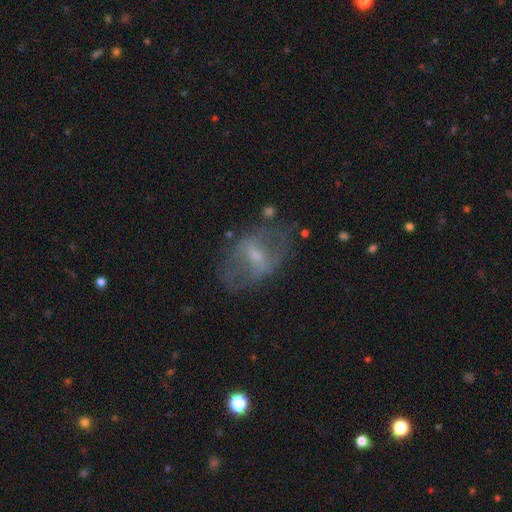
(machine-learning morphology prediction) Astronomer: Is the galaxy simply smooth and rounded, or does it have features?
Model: featured or disk — 61%.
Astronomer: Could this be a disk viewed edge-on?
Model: no — 92%.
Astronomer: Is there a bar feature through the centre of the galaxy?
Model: weak — 43% (runner-up: no, 29%).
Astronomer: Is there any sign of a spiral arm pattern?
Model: no — 58% (runner-up: yes, 42%).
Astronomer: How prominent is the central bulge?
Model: small — 48% (runner-up: moderate, 33%).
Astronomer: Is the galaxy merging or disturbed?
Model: none — 56%.